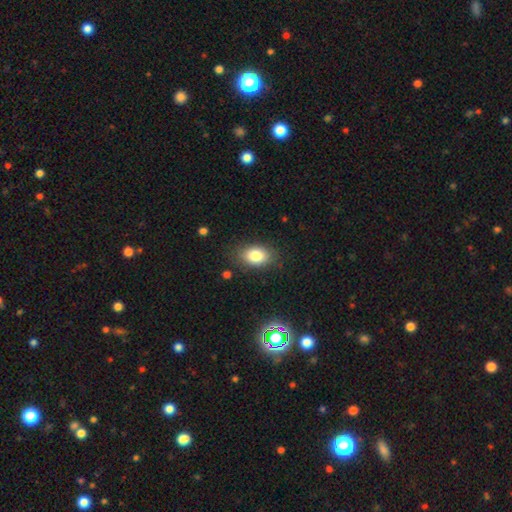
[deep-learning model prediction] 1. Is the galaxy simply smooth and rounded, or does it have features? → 82% smooth, 9% featured or disk, 9% star or artifact.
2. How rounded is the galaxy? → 85% in between, 13% round, 1% cigar-shaped.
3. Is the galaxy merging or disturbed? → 83% none, 12% minor disturbance, 3% major disturbance, 1% merger.